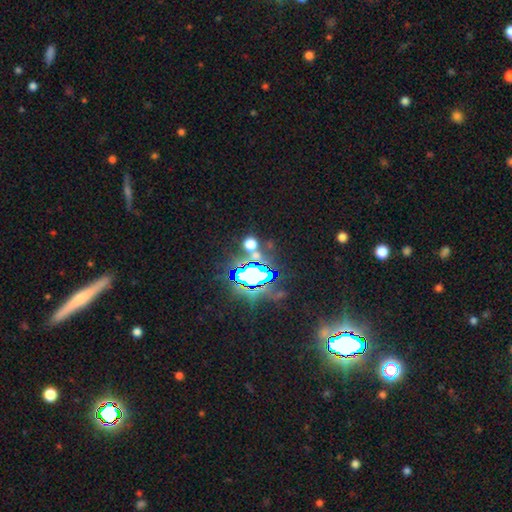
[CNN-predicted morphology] Smooth or featured? Predicted: star or artifact (p=0.62).